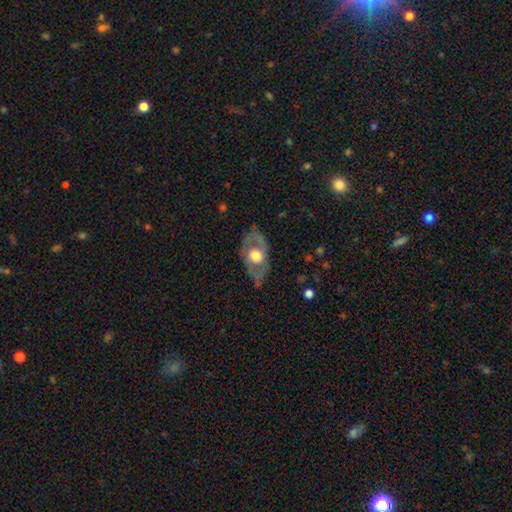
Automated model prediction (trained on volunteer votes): smooth-or-featured: featured or disk: 58% | smooth: 36% | star or artifact: 6%
  disk-edge-on: no: 88% | yes: 12%
    bar: no: 84% | weak: 13% | strong: 3%
    has-spiral-arms: no: 71% | yes: 29%
    bulge-size: large: 49% | moderate: 44% | dominant: 4% | small: 3% | none: 1%
  merging: none: 67% | minor disturbance: 22% | major disturbance: 10% | merger: 2%